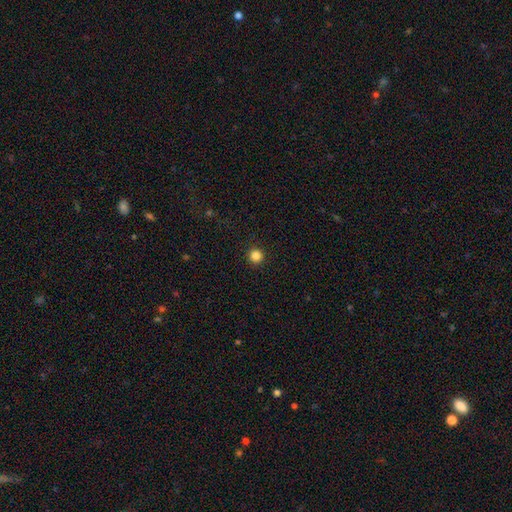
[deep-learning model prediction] smooth_or_featured: smooth (p=0.84) [alt: star or artifact p=0.12]
how_rounded: round (p=0.96) [alt: in between p=0.03]
merging: none (p=0.94) [alt: minor disturbance p=0.04]